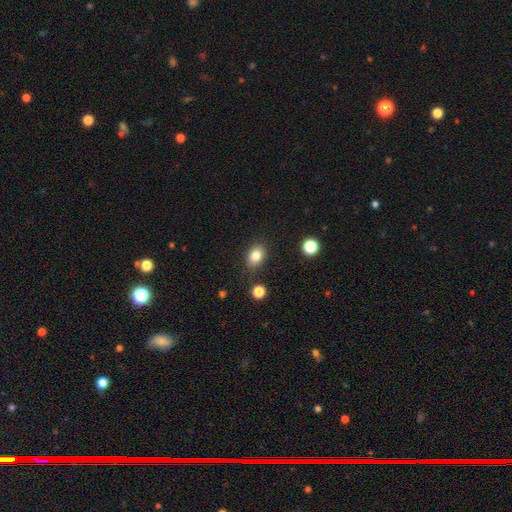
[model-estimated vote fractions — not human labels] smooth_or_featured: smooth (p=0.82) [alt: star or artifact p=0.10]
how_rounded: in between (p=0.67) [alt: round p=0.31]
merging: none (p=0.83) [alt: minor disturbance p=0.12]